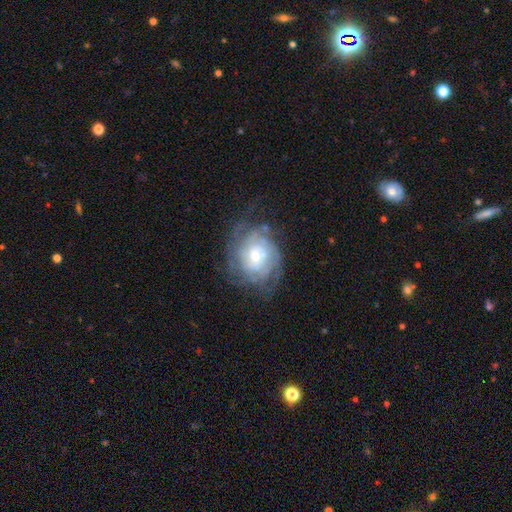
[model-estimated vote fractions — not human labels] smooth-or-featured: featured or disk: 77% | smooth: 12% | star or artifact: 11%
  disk-edge-on: no: 97% | yes: 3%
    bar: no: 64% | weak: 28% | strong: 7%
    has-spiral-arms: yes: 95% | no: 5%
      spiral-winding: tight: 70% | medium: 24% | loose: 6%
      spiral-arm-count: can't tell: 39% | 3: 16% | 4: 16% | 2: 13% | more than 4: 9% | 1: 7%
    bulge-size: moderate: 52% | small: 39% | large: 6% | none: 2% | dominant: 1%
  merging: none: 76% | minor disturbance: 16% | major disturbance: 7% | merger: 1%